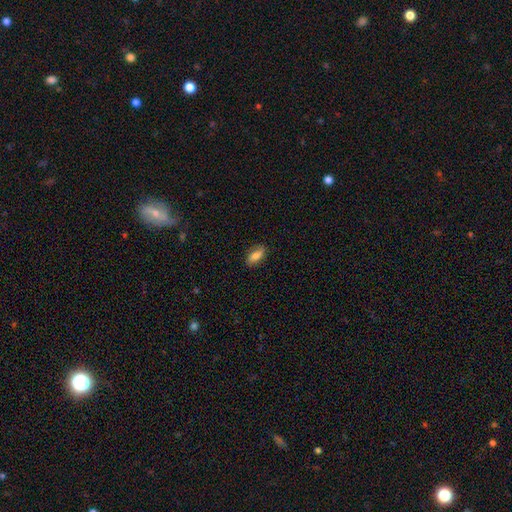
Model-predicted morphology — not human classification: Smooth or featured?
  - smooth: 74% *
  - featured or disk: 19%
  - star or artifact: 7%
How rounded?
  - in between: 84% *
  - cigar-shaped: 11%
  - round: 4%
Merging?
  - none: 82% *
  - minor disturbance: 14%
  - major disturbance: 3%
  - merger: 1%